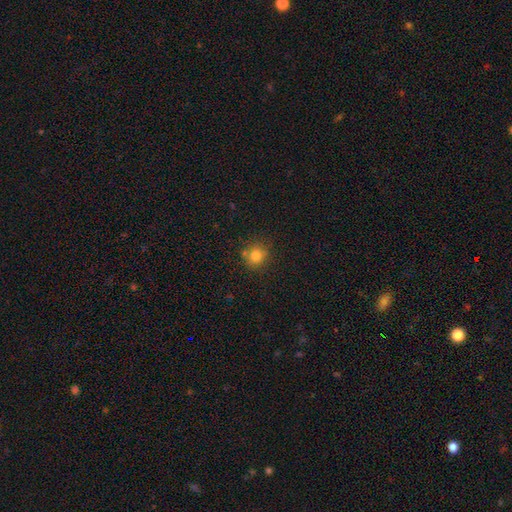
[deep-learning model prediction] Morphology: type=smooth (80%); roundness=round (86%); merging=none (78%).